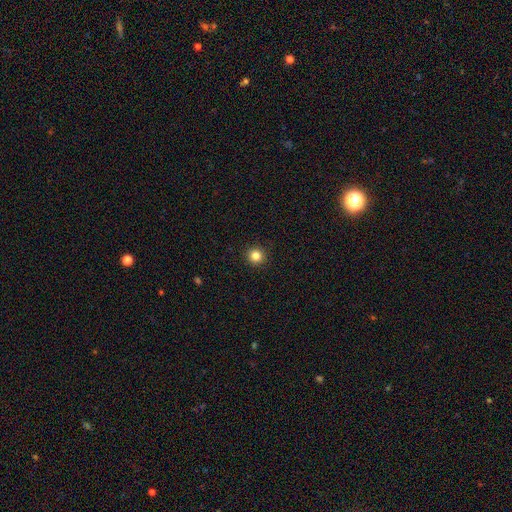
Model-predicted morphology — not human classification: Smooth or featured? smooth (83%)
How rounded? round (95%)
Merging? none (93%)